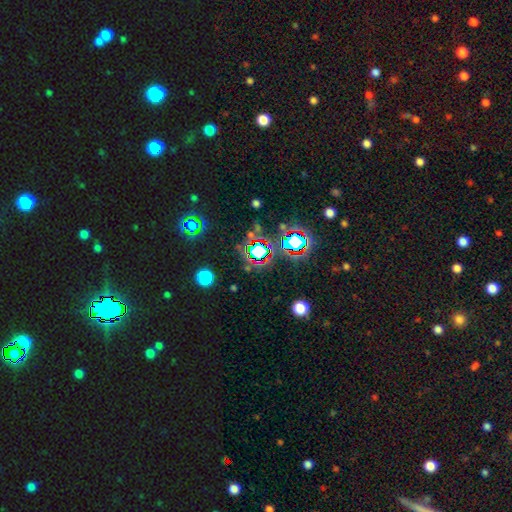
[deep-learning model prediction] smooth-or-featured: star or artifact: 70% | smooth: 18% | featured or disk: 12%